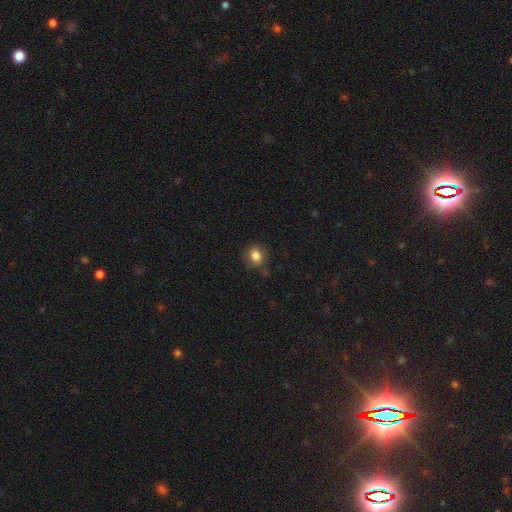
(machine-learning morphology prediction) Smooth or featured? Predicted: smooth (p=0.83). How rounded? Predicted: round (p=0.57). Merging? Predicted: none (p=0.79).